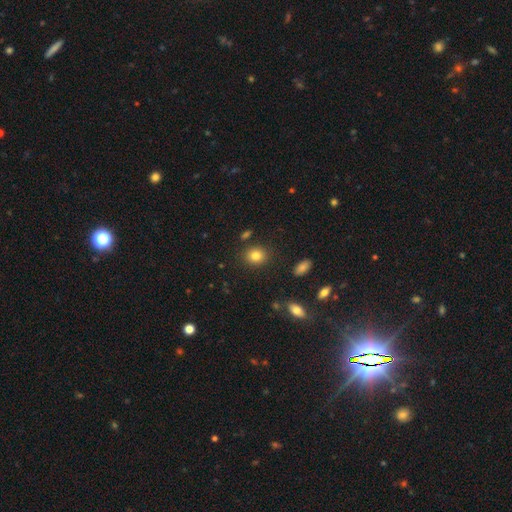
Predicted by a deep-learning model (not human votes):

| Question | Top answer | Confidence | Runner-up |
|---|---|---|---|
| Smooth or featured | smooth | 83% | star or artifact (10%) |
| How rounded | round | 68% | in between (31%) |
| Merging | none | 85% | minor disturbance (9%) |